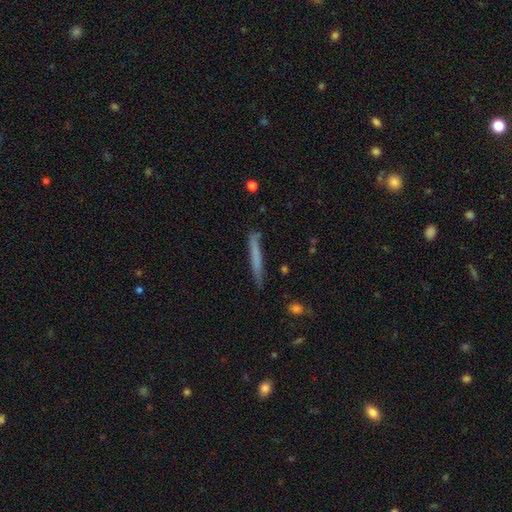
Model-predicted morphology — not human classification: Q: Smooth or featured?
A: smooth (64%); runner-up: featured or disk (29%)
Q: How rounded?
A: cigar-shaped (96%); runner-up: in between (2%)
Q: Merging?
A: none (82%); runner-up: minor disturbance (13%)